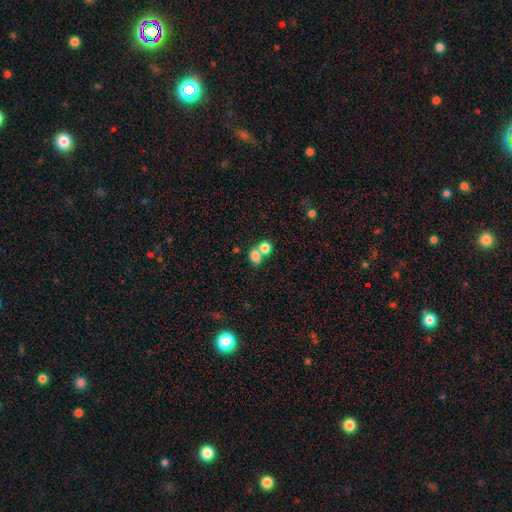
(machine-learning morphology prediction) Overall: smooth (79%). How rounded: round (50%; in between 48%). Merging: merger (54%; none 36%).